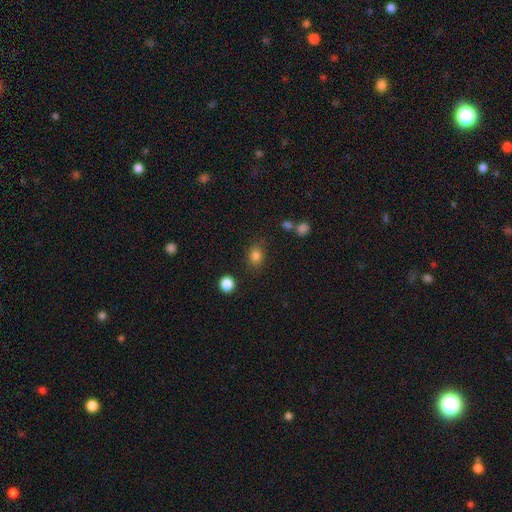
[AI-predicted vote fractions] Overall: smooth (83%). How rounded: round (55%; in between 44%). Merging: none (80%).